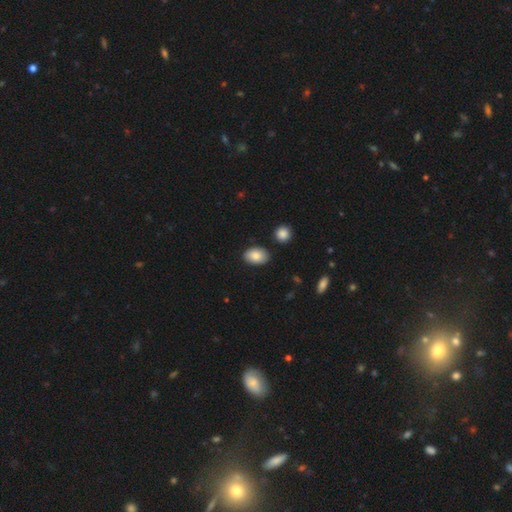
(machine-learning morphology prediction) smooth_or_featured: smooth (p=0.85) [alt: featured or disk p=0.08]
how_rounded: in between (p=0.87) [alt: round p=0.12]
merging: none (p=0.84) [alt: minor disturbance p=0.11]